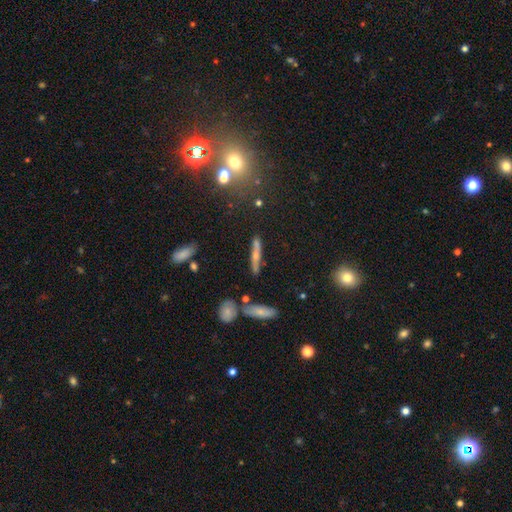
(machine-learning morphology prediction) Q: Smooth or featured?
A: featured or disk (51%); runner-up: smooth (35%)
Q: Edge-on disk?
A: yes (87%); runner-up: no (13%)
Q: Merging?
A: none (74%); runner-up: minor disturbance (14%)